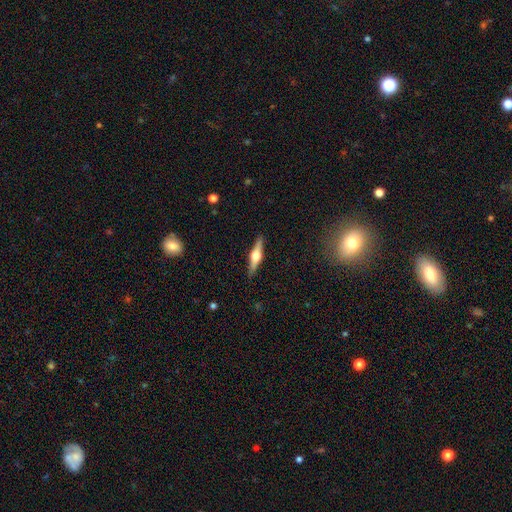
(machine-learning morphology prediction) A featured or disk galaxy (71%) viewed edge-on (97%) with a rounded central bulge (94%). Merging: none (90%).